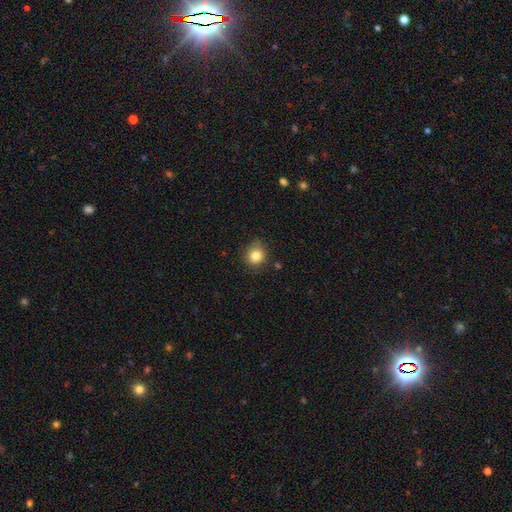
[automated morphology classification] smooth_or_featured: smooth (p=0.82) [alt: star or artifact p=0.11]
how_rounded: round (p=0.78) [alt: in between p=0.21]
merging: none (p=0.78) [alt: minor disturbance p=0.17]